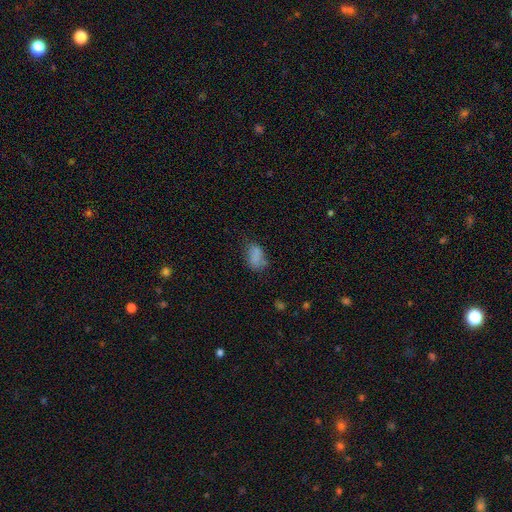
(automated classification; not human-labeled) This is likely a smooth galaxy (75%). How rounded: clearly in between (87%). Merging: possibly none (51%).